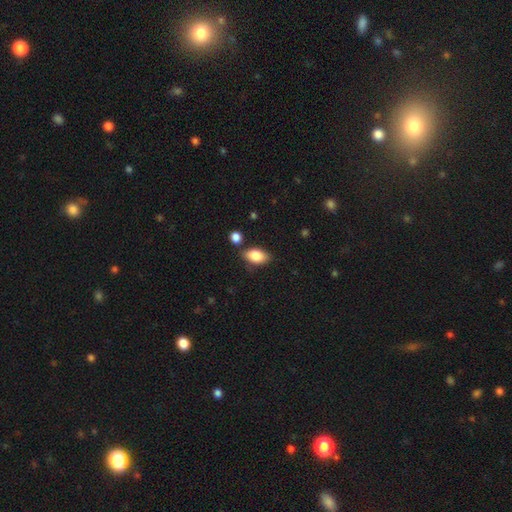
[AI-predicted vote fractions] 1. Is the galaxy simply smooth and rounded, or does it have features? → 83% smooth, 10% featured or disk, 7% star or artifact.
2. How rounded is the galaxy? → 90% in between, 6% round, 4% cigar-shaped.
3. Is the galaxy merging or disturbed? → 76% none, 15% minor disturbance, 6% merger, 3% major disturbance.